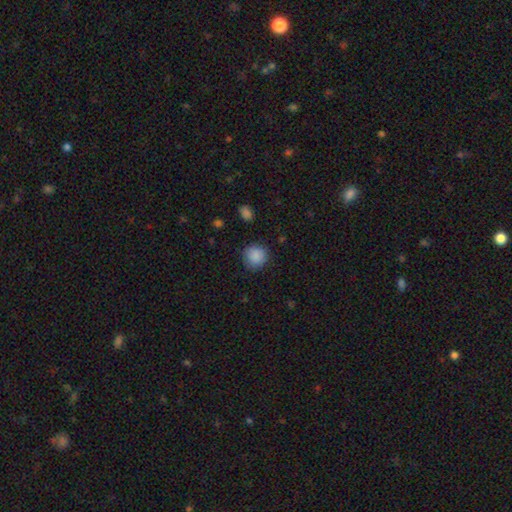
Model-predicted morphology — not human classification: Overall: smooth (88%). How rounded: round (92%). Merging: none (86%).